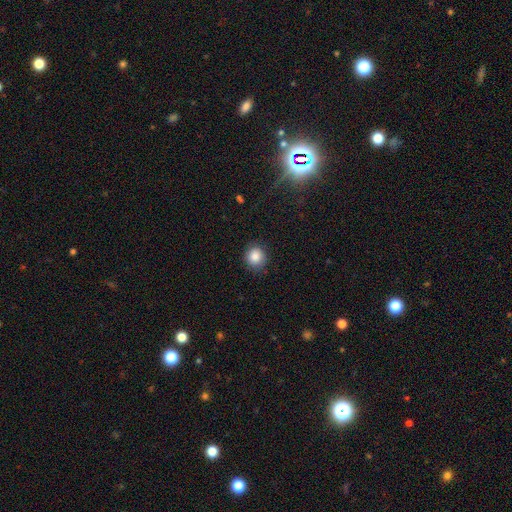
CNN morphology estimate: Q: Smooth or featured?
A: smooth (85%); runner-up: star or artifact (10%)
Q: How rounded?
A: round (85%); runner-up: in between (14%)
Q: Merging?
A: none (84%); runner-up: minor disturbance (12%)